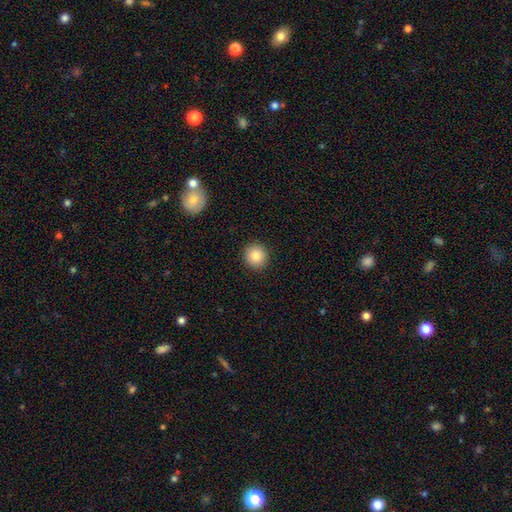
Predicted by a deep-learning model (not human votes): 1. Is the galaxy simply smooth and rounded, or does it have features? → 85% smooth, 9% star or artifact, 6% featured or disk.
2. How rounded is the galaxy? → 93% round, 6% in between, 1% cigar-shaped.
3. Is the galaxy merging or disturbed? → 92% none, 5% minor disturbance, 2% major disturbance, 1% merger.